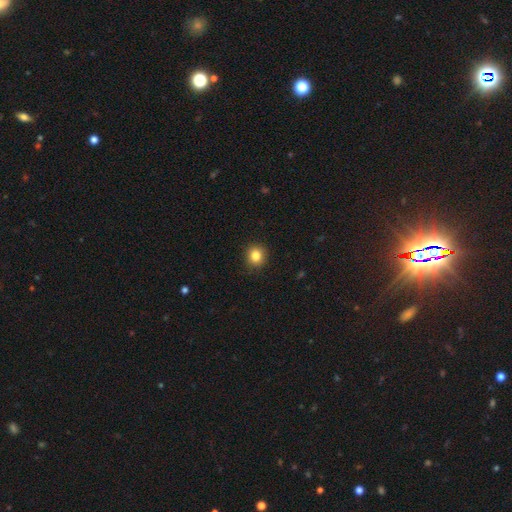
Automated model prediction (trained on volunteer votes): Q: Smooth or featured?
A: smooth (84%); runner-up: star or artifact (11%)
Q: How rounded?
A: round (89%); runner-up: in between (10%)
Q: Merging?
A: none (91%); runner-up: minor disturbance (6%)